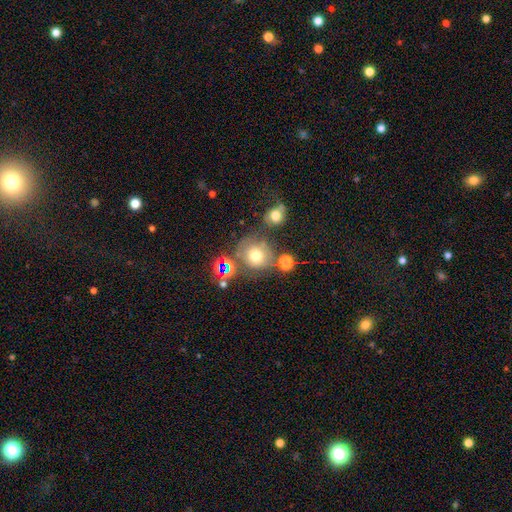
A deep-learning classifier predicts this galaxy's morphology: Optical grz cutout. It shows a smooth galaxy with no disk features (65%) that is round (84%). Merging: none (58%).